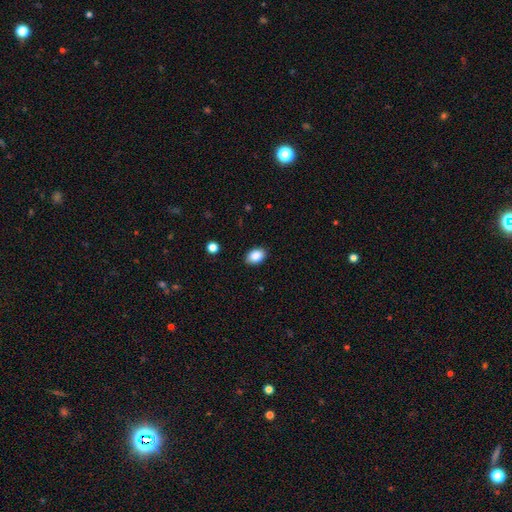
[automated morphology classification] smooth 88%, star or artifact 8%, featured or disk 4%. Down the decision tree: how rounded — in between (82%); merging — none (88%).